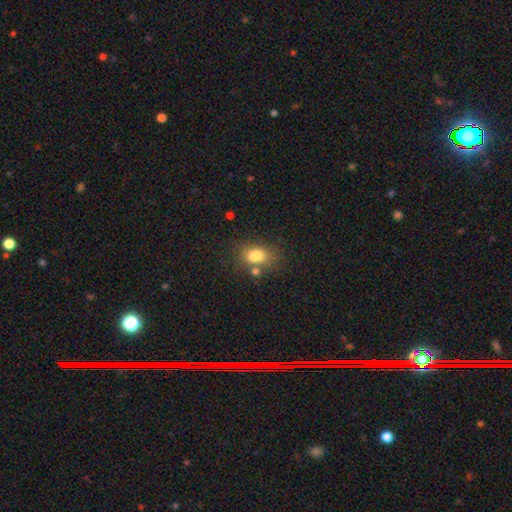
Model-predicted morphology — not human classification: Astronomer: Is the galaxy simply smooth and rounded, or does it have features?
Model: smooth — 80%.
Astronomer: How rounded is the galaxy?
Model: in between — 78%.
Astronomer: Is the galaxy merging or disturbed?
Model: none — 61%.